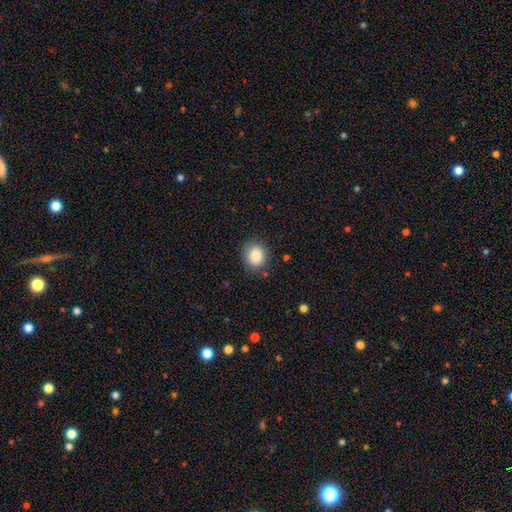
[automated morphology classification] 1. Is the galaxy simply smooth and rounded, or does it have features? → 86% smooth, 9% star or artifact, 6% featured or disk.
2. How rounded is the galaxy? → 62% round, 37% in between, 1% cigar-shaped.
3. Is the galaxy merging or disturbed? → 83% none, 12% minor disturbance, 3% major disturbance, 1% merger.